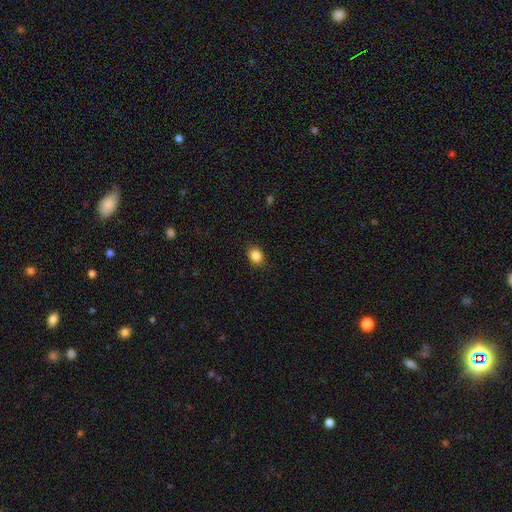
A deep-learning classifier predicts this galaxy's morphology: Smooth or featured: smooth — 86% (star or artifact — 10%)
How rounded: in between — 56% (round — 43%)
Merging: none — 89% (minor disturbance — 8%)